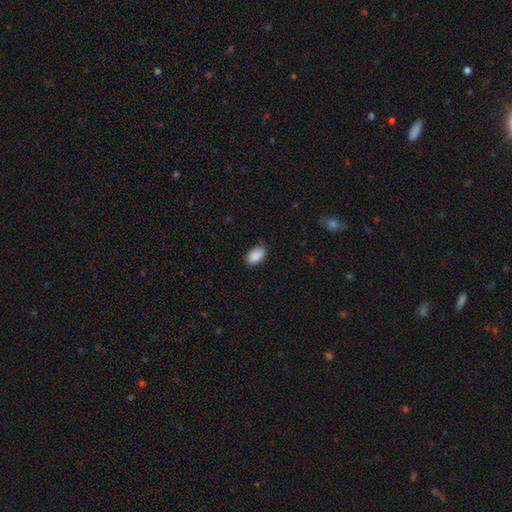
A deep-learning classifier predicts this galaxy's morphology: smooth_or_featured: smooth (p=0.90) [alt: star or artifact p=0.07]
how_rounded: in between (p=0.92) [alt: round p=0.06]
merging: none (p=0.83) [alt: minor disturbance p=0.14]